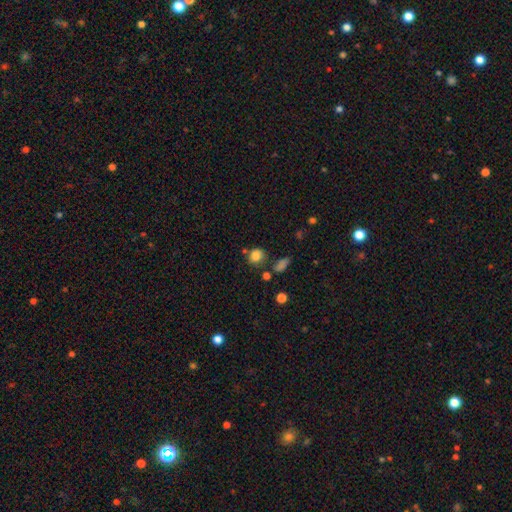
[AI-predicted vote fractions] Smooth or featured? smooth (82%)
How rounded? round (81%)
Merging? none (69%)